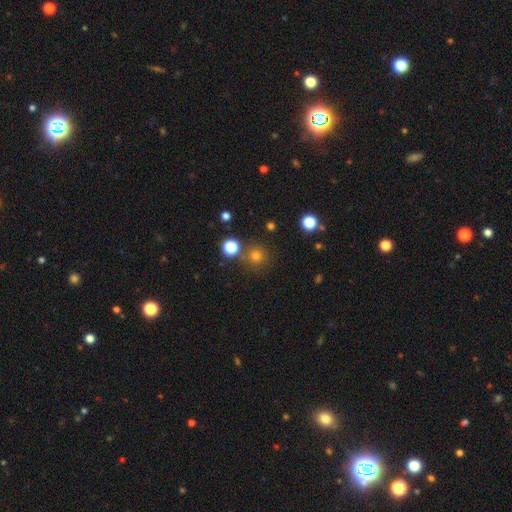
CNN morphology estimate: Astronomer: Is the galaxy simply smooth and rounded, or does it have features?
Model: smooth — 72%.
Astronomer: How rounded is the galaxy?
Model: round — 94%.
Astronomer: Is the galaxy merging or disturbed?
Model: none — 79%.